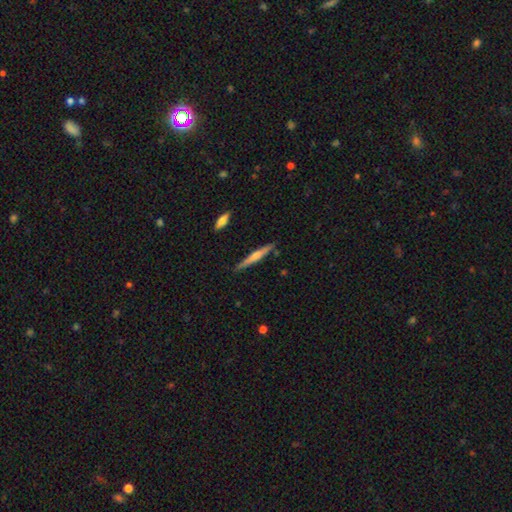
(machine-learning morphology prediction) Overall: featured or disk (58%; smooth 36%). Edge-on disk: yes (97%). Edge-on bulge: rounded (70%). Merging: none (88%).